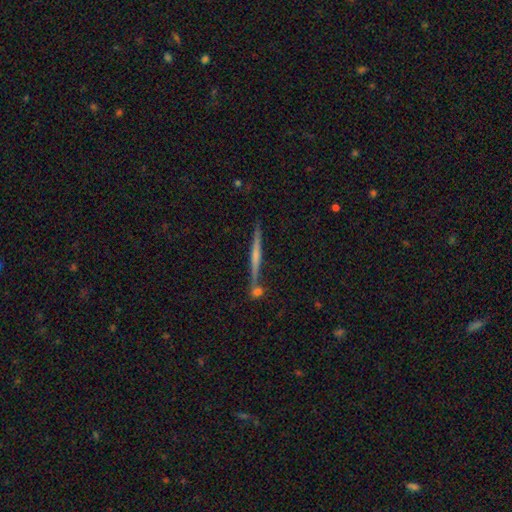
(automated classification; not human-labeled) The model was most divided on "edge-on bulge": none: 56%, rounded: 30%, boxy: 15%. More confident: edge-on disk — yes (97%); merging — none (78%); smooth or featured — featured or disk (61%).